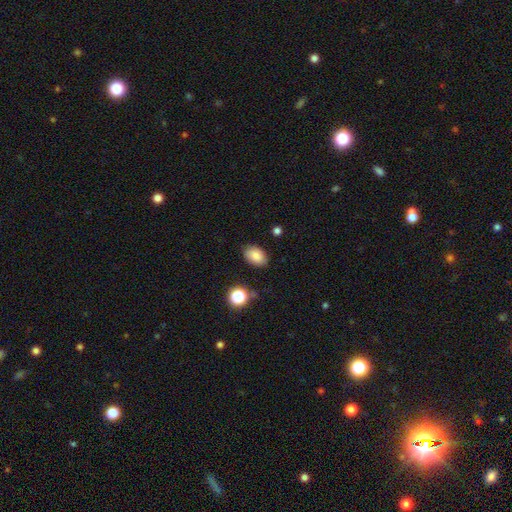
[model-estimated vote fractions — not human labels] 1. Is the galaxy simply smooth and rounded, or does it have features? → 83% smooth, 10% star or artifact, 7% featured or disk.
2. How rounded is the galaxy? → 83% in between, 16% round, 1% cigar-shaped.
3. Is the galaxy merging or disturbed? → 82% none, 13% minor disturbance, 3% major disturbance, 2% merger.